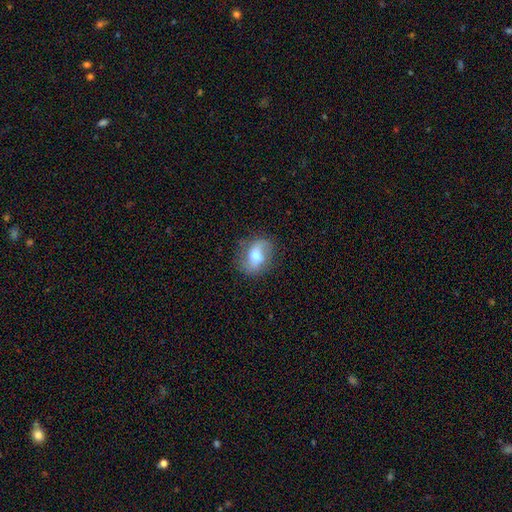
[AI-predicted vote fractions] Q: Smooth or featured?
A: featured or disk (48%); runner-up: smooth (44%)
Q: Merging?
A: none (76%); runner-up: minor disturbance (16%)